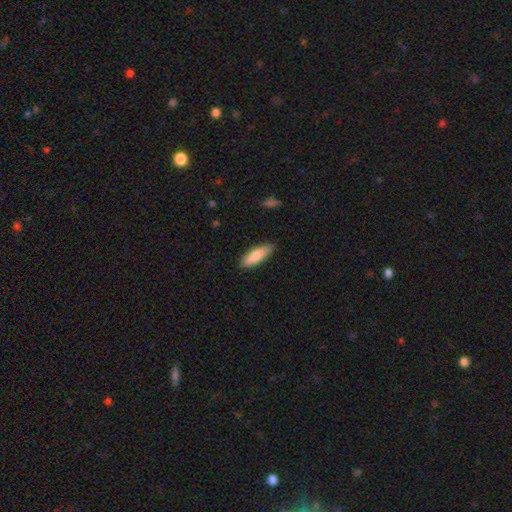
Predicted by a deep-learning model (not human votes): The model was most divided on "how rounded": cigar-shaped: 51%, in between: 48%, round: 2%. More confident: merging — none (86%); smooth or featured — smooth (85%).